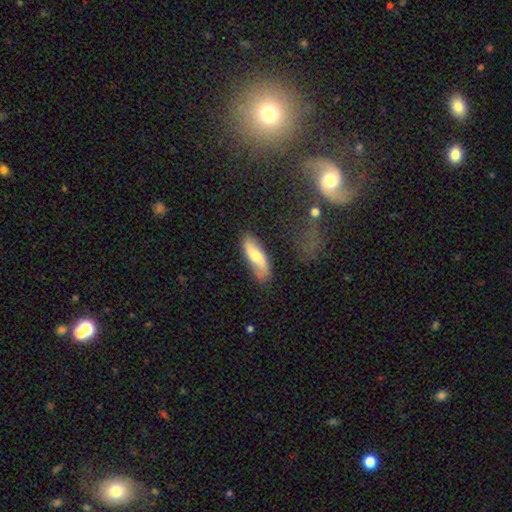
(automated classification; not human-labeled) Q: Smooth or featured?
A: smooth (54%); runner-up: featured or disk (40%)
Q: How rounded?
A: in between (52%); runner-up: cigar-shaped (45%)
Q: Merging?
A: none (70%); runner-up: minor disturbance (21%)